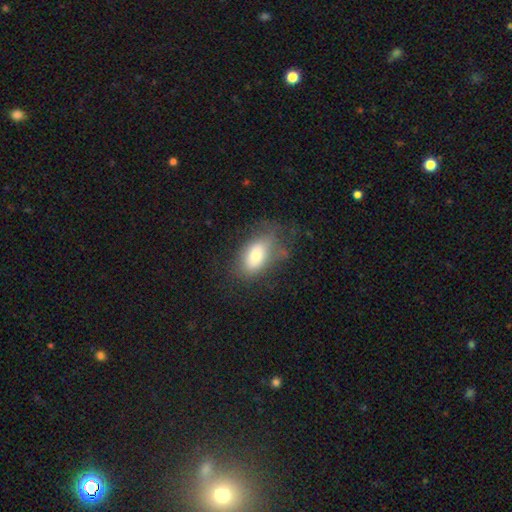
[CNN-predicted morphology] Smooth or featured?
  - smooth: 71% *
  - featured or disk: 20%
  - star or artifact: 9%
How rounded?
  - in between: 89% *
  - round: 7%
  - cigar-shaped: 3%
Merging?
  - none: 52% *
  - minor disturbance: 28%
  - major disturbance: 18%
  - merger: 3%